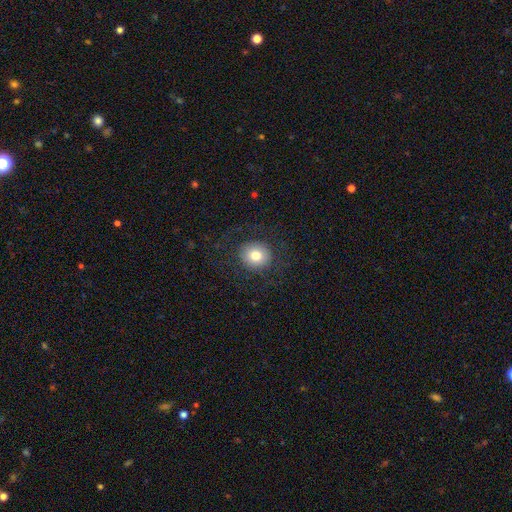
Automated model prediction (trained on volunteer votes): This is likely a smooth galaxy (77%). How rounded: clearly round (86%). Merging: clearly none (84%).